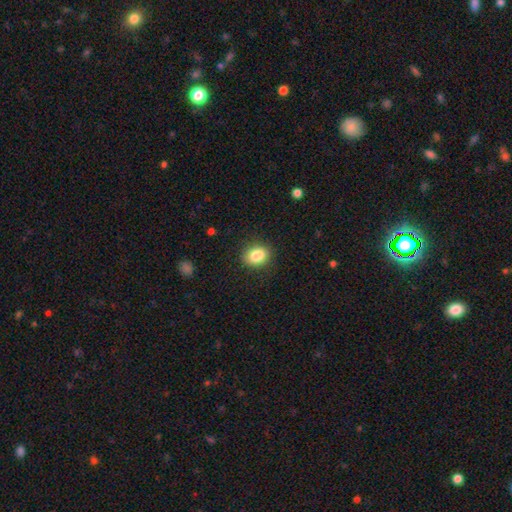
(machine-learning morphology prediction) This is clearly a smooth galaxy (85%). How rounded: possibly in between (54%). Merging: clearly none (84%).